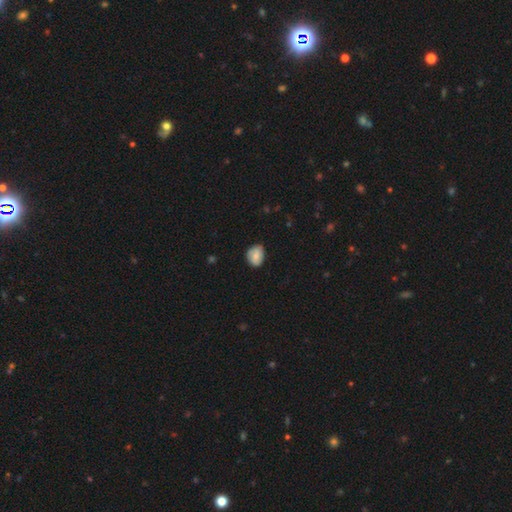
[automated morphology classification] This appears to be a smooth galaxy with no disk features (74%) that is in between round and cigar-shaped (57%). Merging: none (67%).